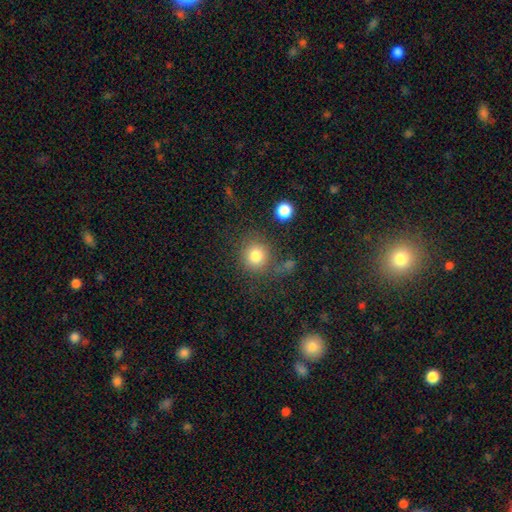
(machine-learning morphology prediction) Smooth or featured: smooth — 81% (star or artifact — 12%)
How rounded: round — 89% (in between — 10%)
Merging: none — 73% (minor disturbance — 13%)